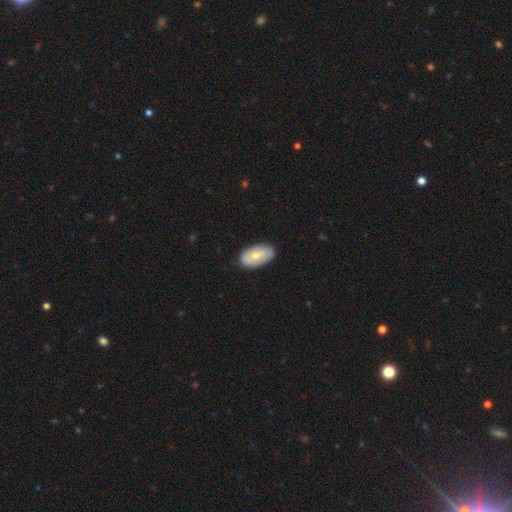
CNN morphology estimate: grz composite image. It shows a smooth galaxy with no disk features (69%) that is in between round and cigar-shaped (94%). Merging: none (83%).